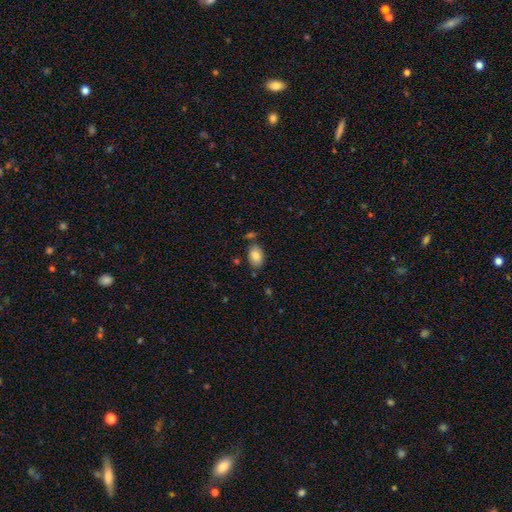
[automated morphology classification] smooth 85%, star or artifact 8%, featured or disk 7%. Down the decision tree: how rounded — in between (82%); merging — none (75%).